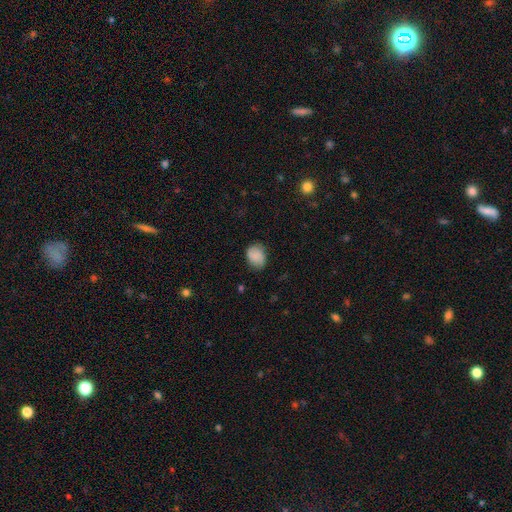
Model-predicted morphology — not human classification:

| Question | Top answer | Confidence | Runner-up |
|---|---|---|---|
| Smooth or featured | smooth | 81% | featured or disk (10%) |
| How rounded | in between | 57% | round (42%) |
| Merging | none | 71% | minor disturbance (23%) |